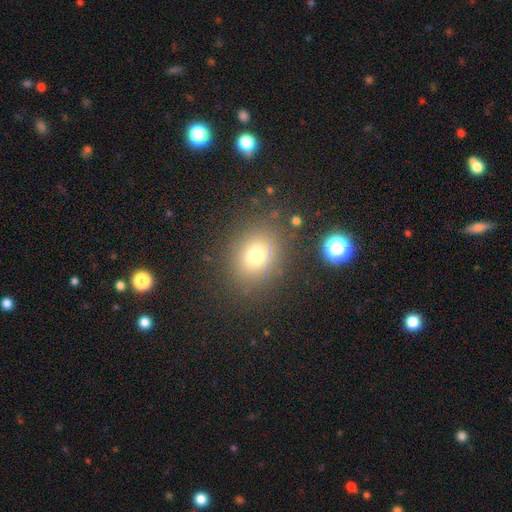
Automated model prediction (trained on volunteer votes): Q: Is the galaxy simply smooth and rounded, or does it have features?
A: smooth — 72%.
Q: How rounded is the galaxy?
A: round — 59%.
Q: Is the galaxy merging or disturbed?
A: none — 82%.